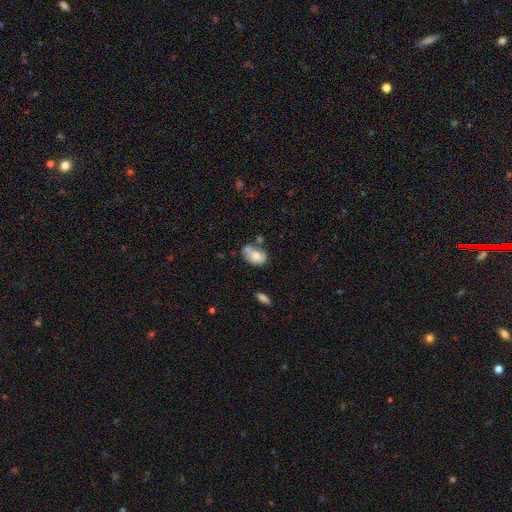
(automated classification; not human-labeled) A smooth galaxy with no disk features (69%) that is in between round and cigar-shaped (82%).

Vote fractions:
- Smooth or featured? smooth: 69% / featured or disk: 23% / star or artifact: 8%
- How rounded? in between: 82% / round: 16% / cigar-shaped: 2%
- Merging? none: 38% / minor disturbance: 27% / merger: 24% / major disturbance: 10%